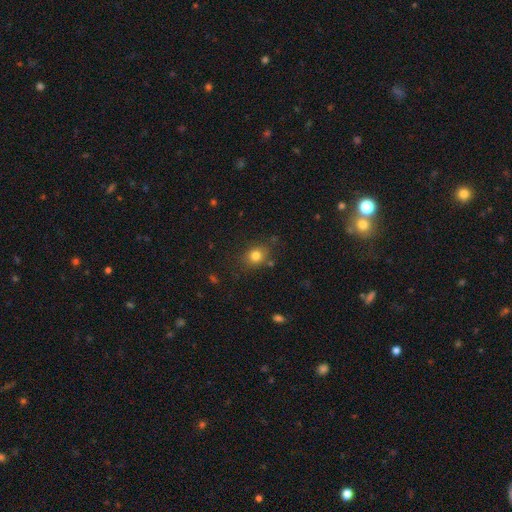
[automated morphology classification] type=smooth (80%); roundness=round (64%); merging=none (79%).